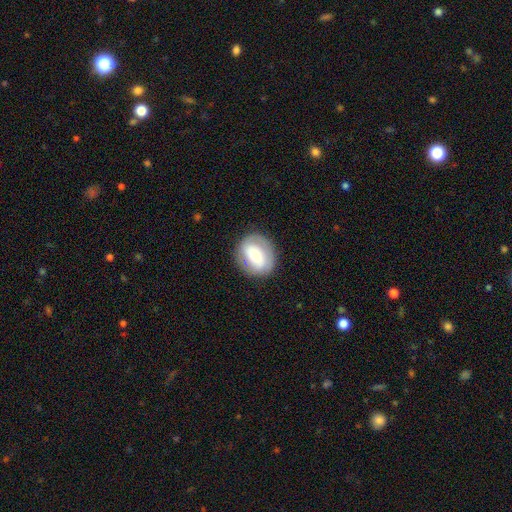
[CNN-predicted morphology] A smooth galaxy with no disk features (55%) that is round (57%).

Vote fractions:
- Smooth or featured? smooth: 55% / featured or disk: 37% / star or artifact: 7%
- How rounded? round: 57% / in between: 42% / cigar-shaped: 1%
- Merging? none: 82% / minor disturbance: 12% / major disturbance: 5% / merger: 1%